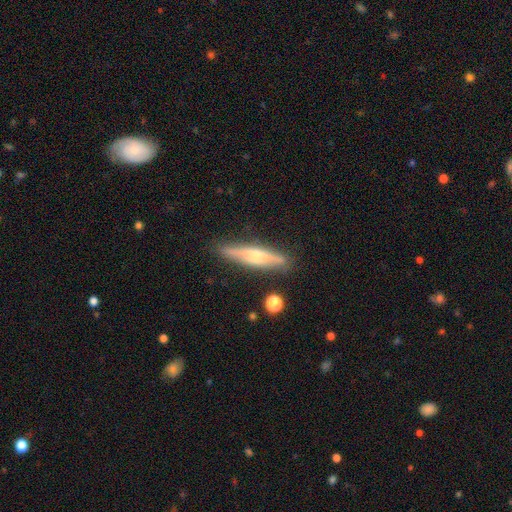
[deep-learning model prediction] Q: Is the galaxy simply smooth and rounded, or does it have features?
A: featured or disk — 55%.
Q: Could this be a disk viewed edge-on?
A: yes — 92%.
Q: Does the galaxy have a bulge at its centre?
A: rounded — 71%.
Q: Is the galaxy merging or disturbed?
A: none — 83%.